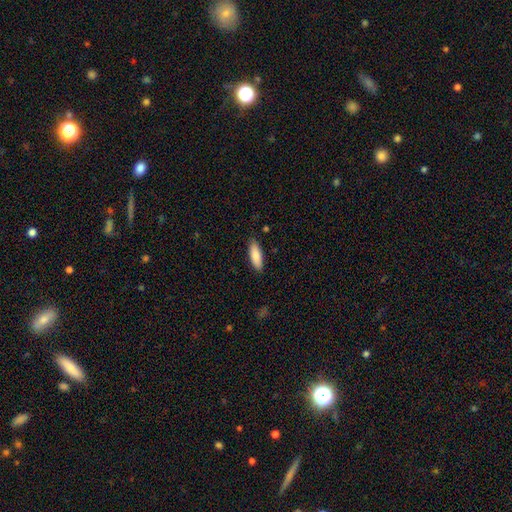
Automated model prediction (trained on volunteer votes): Q: Smooth or featured?
A: smooth (87%); runner-up: featured or disk (8%)
Q: How rounded?
A: in between (65%); runner-up: cigar-shaped (33%)
Q: Merging?
A: none (86%); runner-up: minor disturbance (11%)